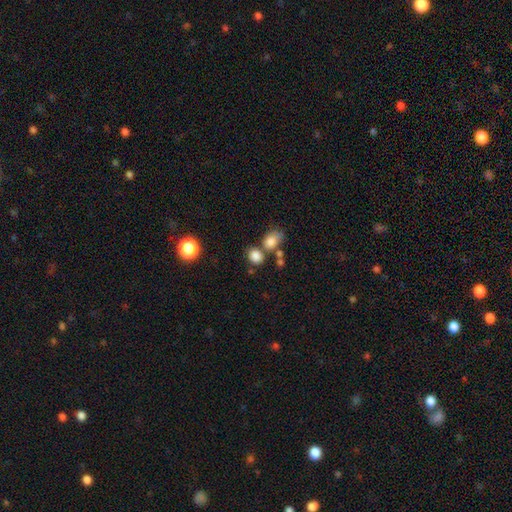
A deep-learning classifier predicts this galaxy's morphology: Smooth or featured?
  - smooth: 82% *
  - star or artifact: 11%
  - featured or disk: 7%
How rounded?
  - round: 54% *
  - in between: 45%
  - cigar-shaped: 1%
Merging?
  - none: 54% *
  - merger: 29%
  - minor disturbance: 12%
  - major disturbance: 5%